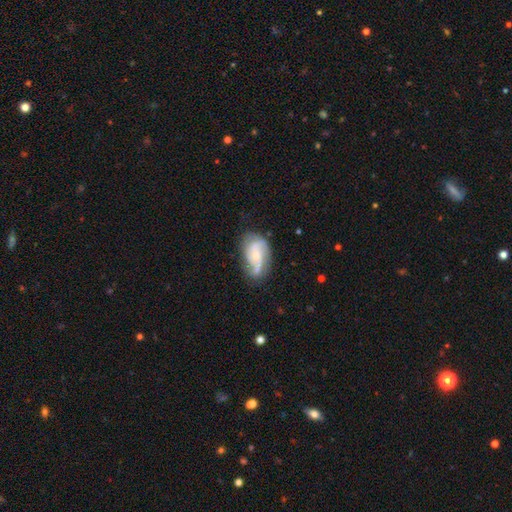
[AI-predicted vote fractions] Smooth or featured? featured or disk (75%)
Edge-on disk? no (97%)
Bar? no (64%)
Spiral arms? yes (92%)
Spiral winding? medium (46%)
Spiral arm count? 2 (50%)
Bulge size? small (63%)
Merging? none (58%)